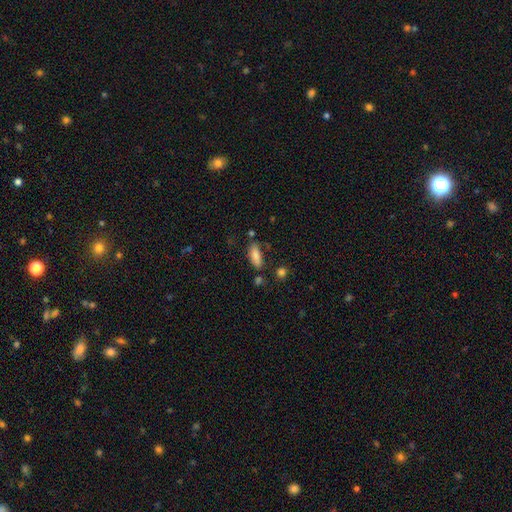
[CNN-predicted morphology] type=smooth (84%); roundness=in between (70%); merging=none (66%).